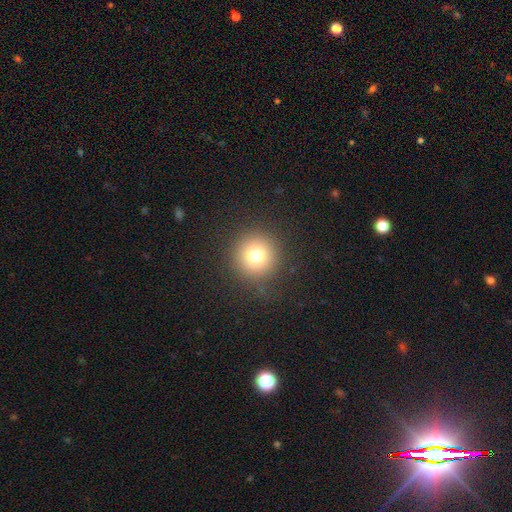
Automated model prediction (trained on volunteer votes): Morphology: type=smooth (75%); roundness=round (95%); merging=none (87%).